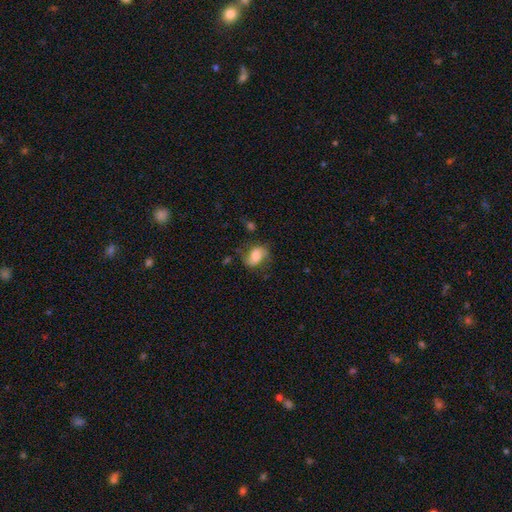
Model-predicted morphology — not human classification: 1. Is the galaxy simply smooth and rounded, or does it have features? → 49% smooth, 43% featured or disk, 9% star or artifact.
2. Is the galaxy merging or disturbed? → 60% none, 24% minor disturbance, 13% major disturbance, 3% merger.